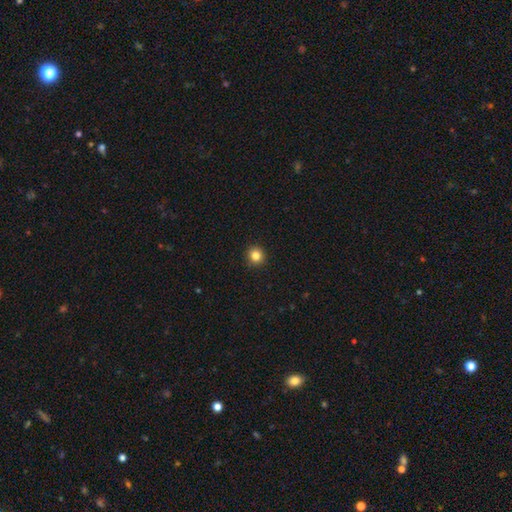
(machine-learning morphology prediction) Smooth or featured? Predicted: smooth (p=0.84). How rounded? Predicted: round (p=0.91). Merging? Predicted: none (p=0.93).